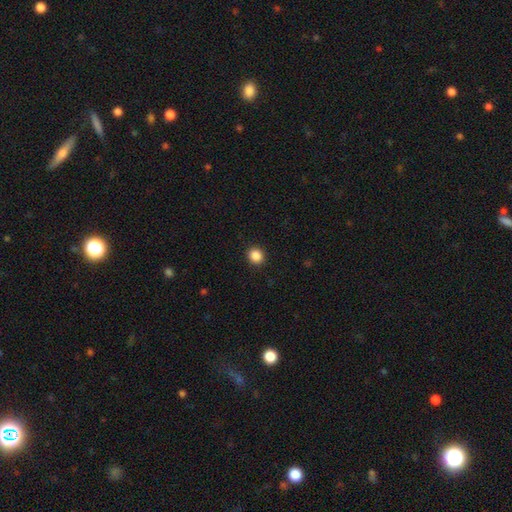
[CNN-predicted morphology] smooth 87%, star or artifact 10%, featured or disk 3%. Down the decision tree: how rounded — round (86%); merging — none (92%).